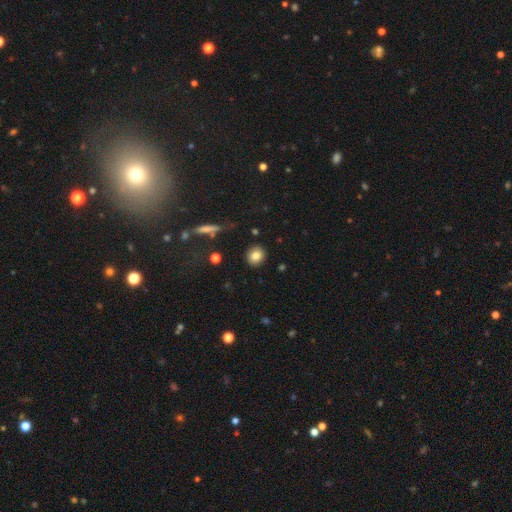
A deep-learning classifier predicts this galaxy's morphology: Smooth or featured? smooth (84%)
How rounded? round (75%)
Merging? none (88%)